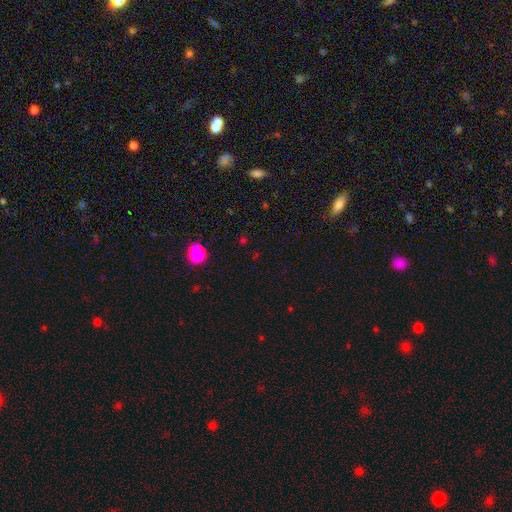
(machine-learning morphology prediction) Smooth or featured? Predicted: star or artifact (p=0.60).